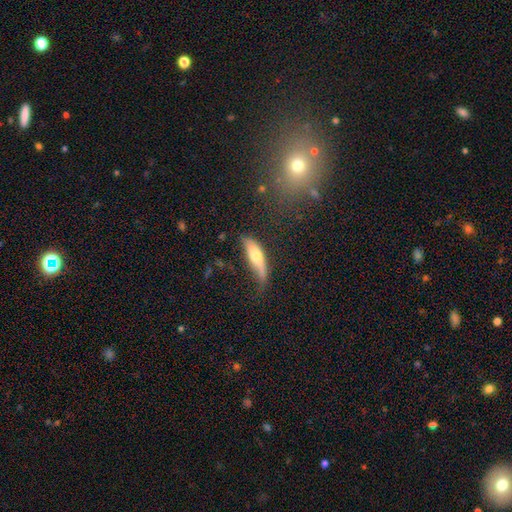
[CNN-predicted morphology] This appears to be a smooth galaxy with no disk features (58%) that is cigar-shaped (62%). Merging: none (43%).